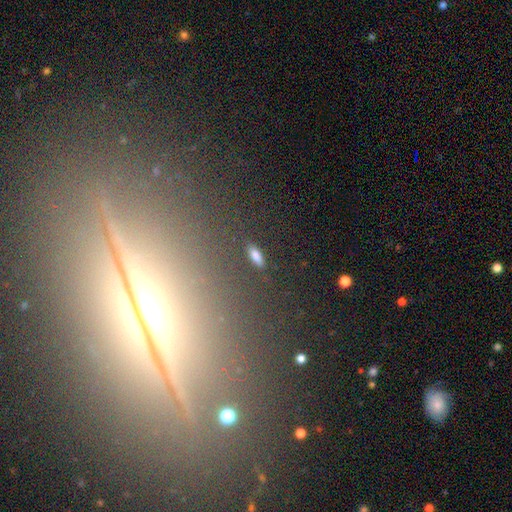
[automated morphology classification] smooth_or_featured: smooth (p=0.78) [alt: star or artifact p=0.12]
how_rounded: in between (p=0.70) [alt: cigar-shaped p=0.26]
merging: none (p=0.88) [alt: minor disturbance p=0.07]